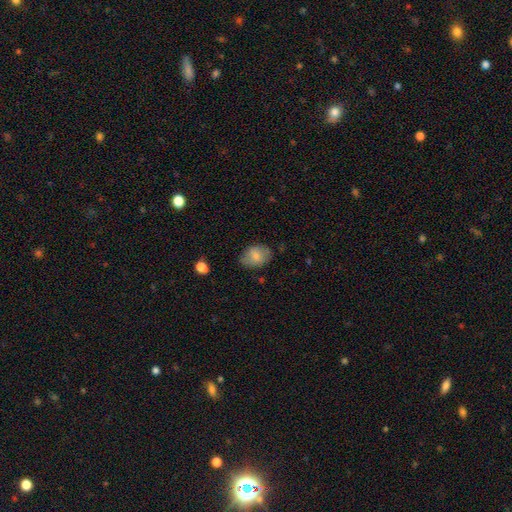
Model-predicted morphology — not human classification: A smooth galaxy with no disk features (75%) that is in between round and cigar-shaped (74%). Merging: none (72%).